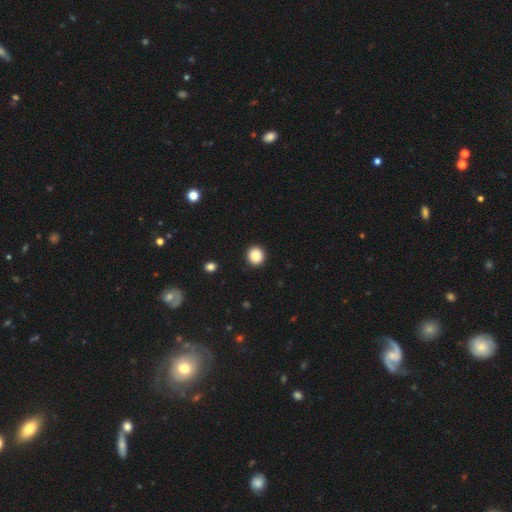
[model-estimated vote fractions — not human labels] This is clearly a smooth galaxy (88%). How rounded: clearly round (91%). Merging: clearly none (92%).